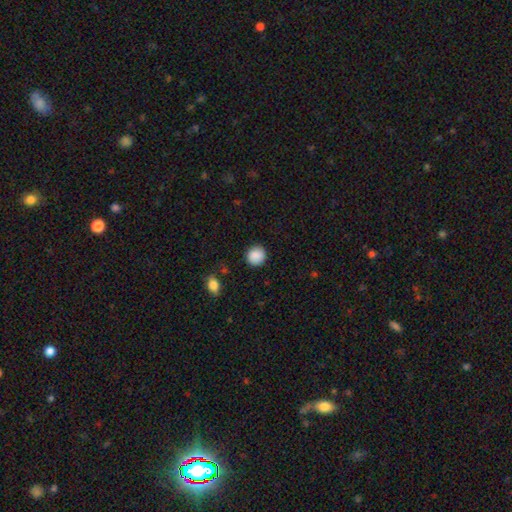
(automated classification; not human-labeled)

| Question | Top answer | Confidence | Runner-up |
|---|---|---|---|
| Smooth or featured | smooth | 89% | star or artifact (8%) |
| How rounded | round | 90% | in between (9%) |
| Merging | none | 90% | minor disturbance (7%) |